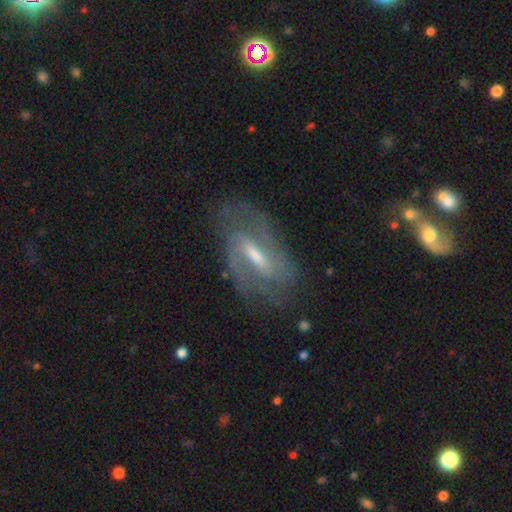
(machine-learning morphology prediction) This appears to be a featured or disk galaxy (83%) with a strong bar (49%), 2 (66%) medium (47%) spiral arms (93%) and a moderate central bulge (45%). Merging: none (68%).